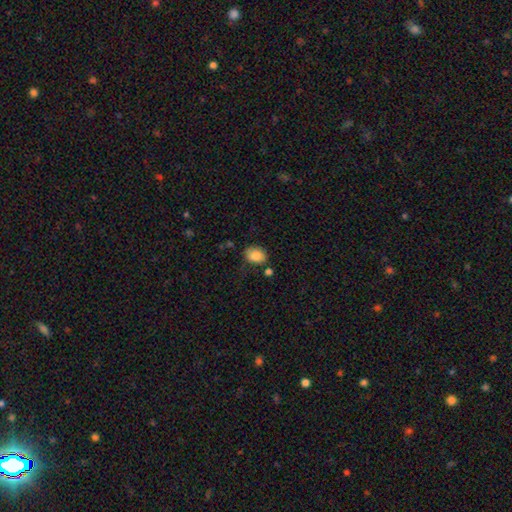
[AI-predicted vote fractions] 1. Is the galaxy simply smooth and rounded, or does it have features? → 86% smooth, 8% star or artifact, 6% featured or disk.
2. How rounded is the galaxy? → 70% in between, 29% round, 1% cigar-shaped.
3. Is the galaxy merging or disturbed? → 67% none, 21% minor disturbance, 6% major disturbance, 6% merger.